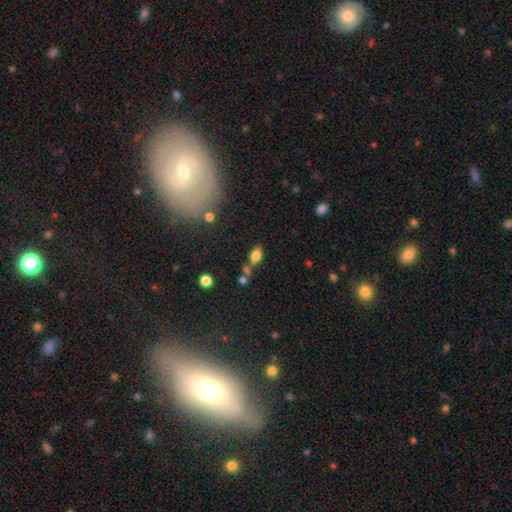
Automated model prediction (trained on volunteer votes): Q: Smooth or featured?
A: smooth (78%); runner-up: featured or disk (11%)
Q: How rounded?
A: in between (87%); runner-up: round (7%)
Q: Merging?
A: none (58%); runner-up: merger (21%)